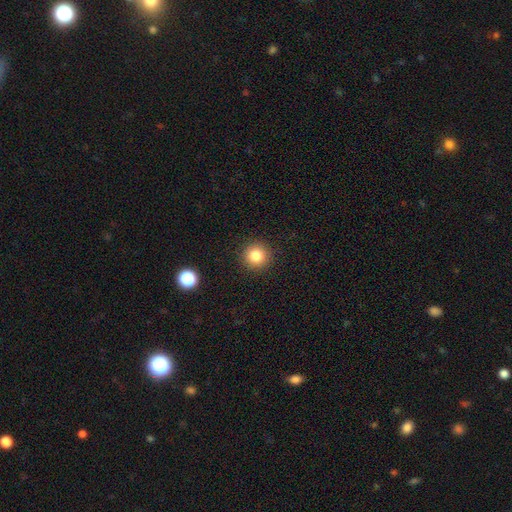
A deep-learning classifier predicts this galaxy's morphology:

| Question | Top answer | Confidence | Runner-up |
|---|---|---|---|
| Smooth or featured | smooth | 83% | star or artifact (11%) |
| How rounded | round | 95% | in between (4%) |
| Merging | none | 92% | minor disturbance (5%) |